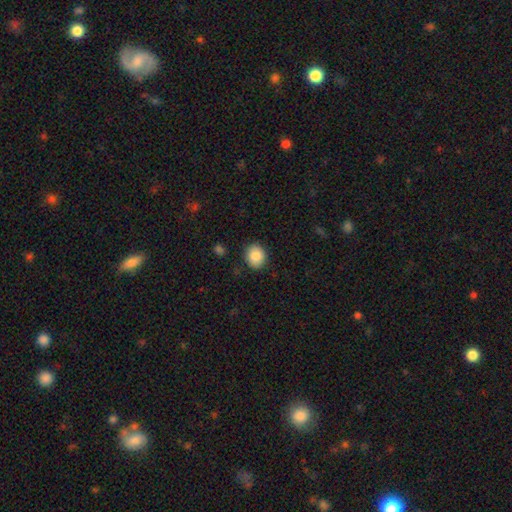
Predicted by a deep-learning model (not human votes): smooth-or-featured: smooth: 85% | star or artifact: 8% | featured or disk: 7%
  how-rounded: round: 63% | in between: 36% | cigar-shaped: 1%
  merging: none: 86% | minor disturbance: 10% | major disturbance: 2% | merger: 1%